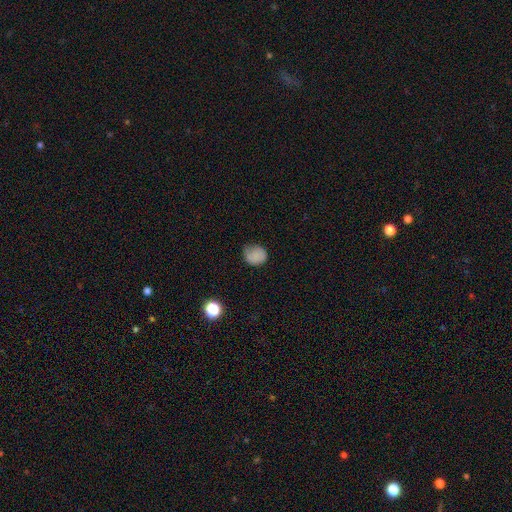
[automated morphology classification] smooth-or-featured: smooth: 79% | star or artifact: 10% | featured or disk: 10%
  how-rounded: round: 76% | in between: 23% | cigar-shaped: 1%
  merging: none: 58% | minor disturbance: 31% | major disturbance: 10% | merger: 2%